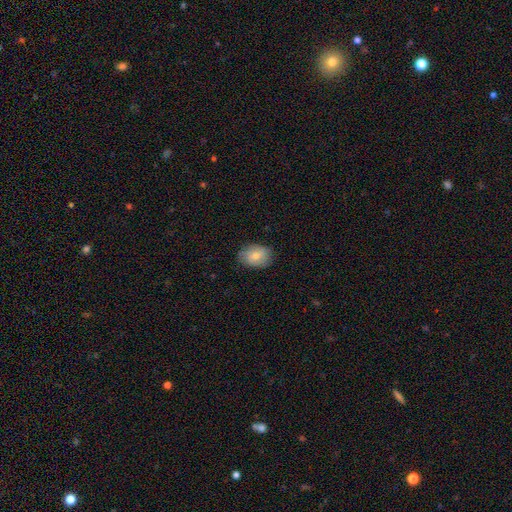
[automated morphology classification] A smooth galaxy with no disk features (70%) that is in between round and cigar-shaped (74%). Merging: none (78%).